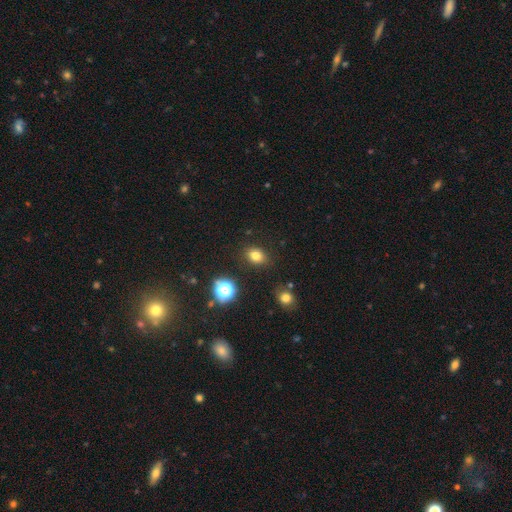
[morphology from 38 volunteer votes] Overall: smooth (84%). How rounded: in between (56%; round 44%). Merging: none (83%).